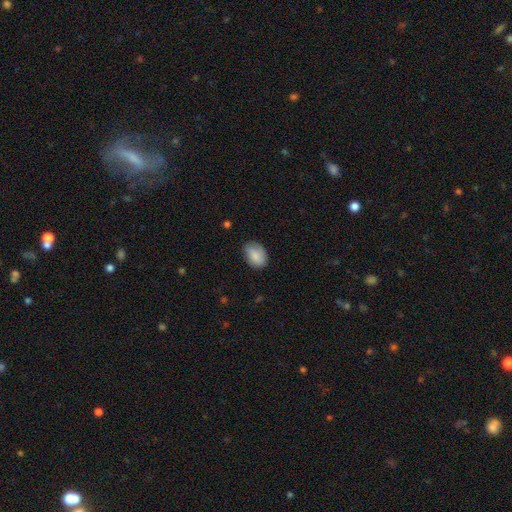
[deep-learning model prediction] This is clearly a smooth galaxy (82%). How rounded: clearly in between (81%). Merging: likely none (69%).